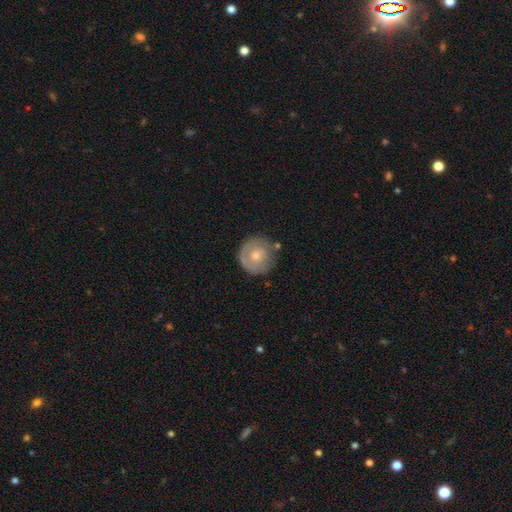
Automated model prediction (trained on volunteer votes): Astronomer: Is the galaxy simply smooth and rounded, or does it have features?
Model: smooth — 48% (runner-up: featured or disk, 46%).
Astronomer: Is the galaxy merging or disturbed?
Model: none — 74%.